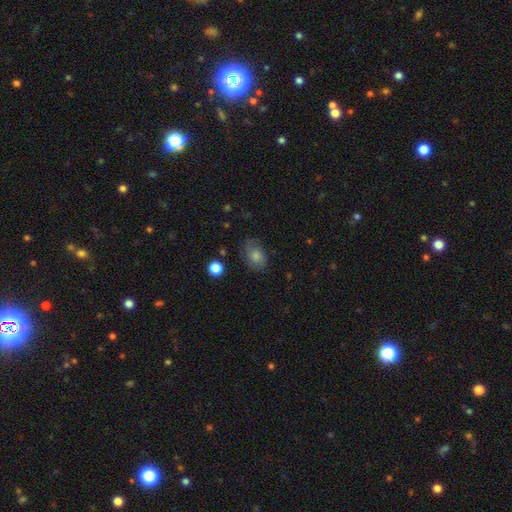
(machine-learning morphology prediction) A smooth galaxy with no disk features (68%) that is in between round and cigar-shaped (75%). Merging: none (75%).